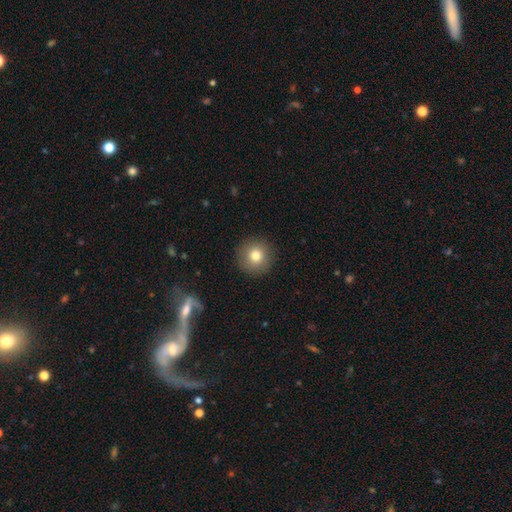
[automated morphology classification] A smooth galaxy with no disk features (79%) that is round (95%).

Vote fractions:
- Smooth or featured? smooth: 79% / featured or disk: 11% / star or artifact: 10%
- How rounded? round: 95% / in between: 4% / cigar-shaped: 1%
- Merging? none: 91% / minor disturbance: 6% / major disturbance: 2% / merger: 1%